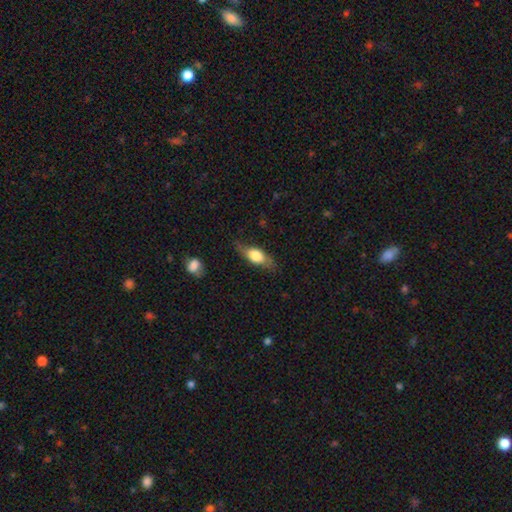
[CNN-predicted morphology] Q: Smooth or featured?
A: smooth (57%); runner-up: featured or disk (36%)
Q: How rounded?
A: in between (69%); runner-up: cigar-shaped (25%)
Q: Merging?
A: none (70%); runner-up: minor disturbance (21%)